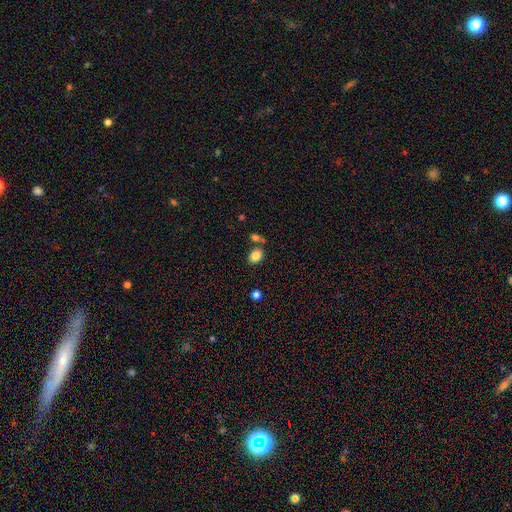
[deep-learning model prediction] Morphology: type=smooth (84%); roundness=in between (65%); merging=none (69%).